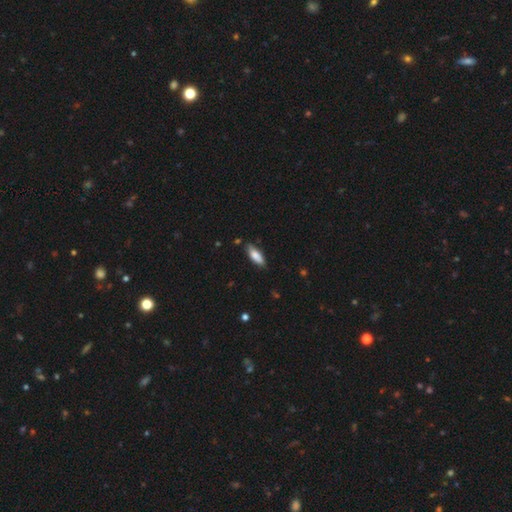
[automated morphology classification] smooth 80%, featured or disk 14%, star or artifact 6%. Down the decision tree: how rounded — in between (64%); merging — none (80%).